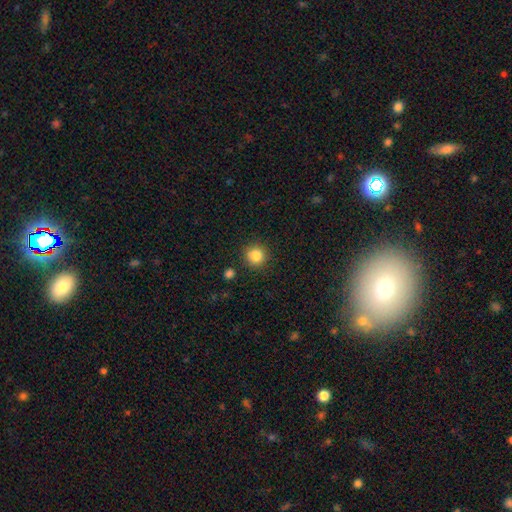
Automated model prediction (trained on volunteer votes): This appears to be a smooth galaxy with no disk features (84%) that is round (94%). Merging: none (90%).